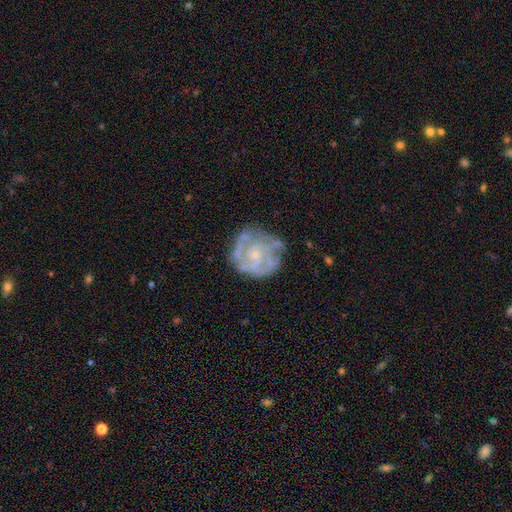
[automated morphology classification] Q: Smooth or featured?
A: featured or disk (79%); runner-up: smooth (14%)
Q: Edge-on disk?
A: no (98%); runner-up: yes (2%)
Q: Bar?
A: no (79%); runner-up: weak (18%)
Q: Spiral arms?
A: yes (80%); runner-up: no (20%)
Q: Spiral winding?
A: tight (62%); runner-up: medium (29%)
Q: Spiral arm count?
A: can't tell (42%); runner-up: 3 (20%)
Q: Bulge size?
A: small (69%); runner-up: moderate (23%)
Q: Merging?
A: none (65%); runner-up: minor disturbance (22%)